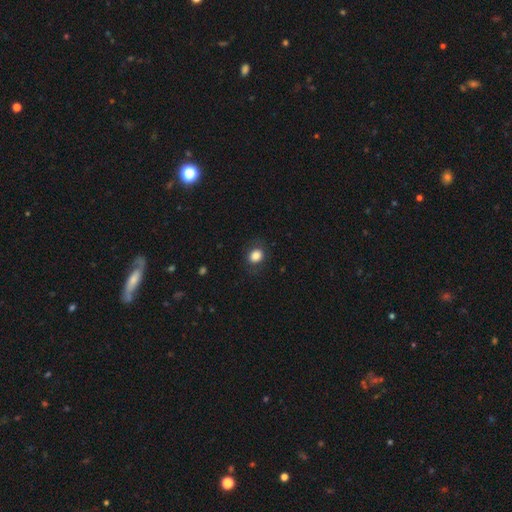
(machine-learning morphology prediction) Overall: smooth (84%). How rounded: round (57%; in between 42%). Merging: none (82%).